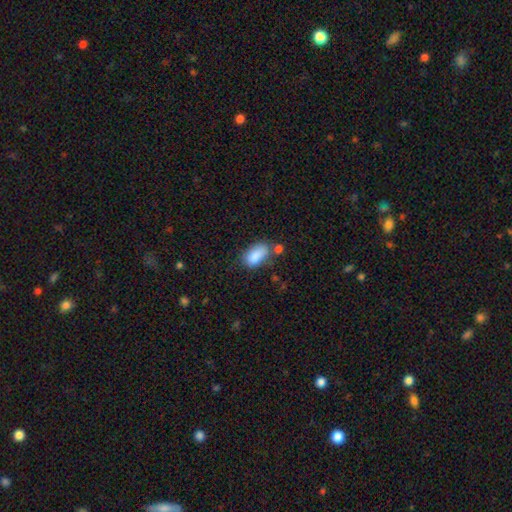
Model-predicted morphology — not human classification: Smooth or featured?
  - smooth: 86% *
  - star or artifact: 7%
  - featured or disk: 6%
How rounded?
  - in between: 92% *
  - round: 4%
  - cigar-shaped: 3%
Merging?
  - none: 56% *
  - minor disturbance: 23%
  - merger: 14%
  - major disturbance: 7%